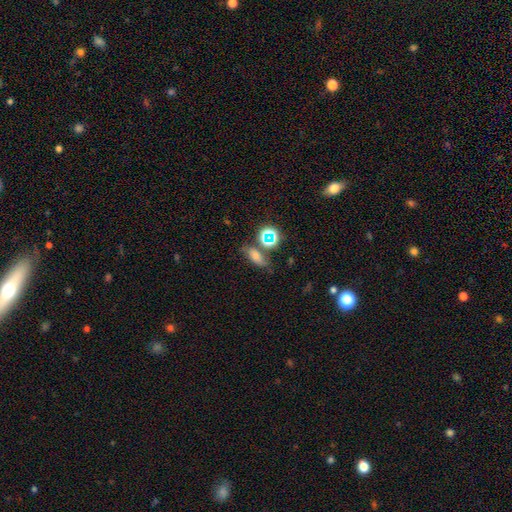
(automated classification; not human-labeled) This is likely a smooth galaxy (60%). How rounded: likely in between (68%). Merging: possibly none (58%).